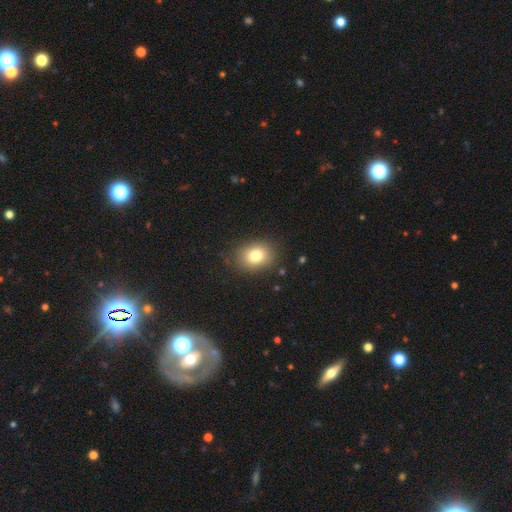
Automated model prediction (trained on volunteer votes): A smooth galaxy with no disk features (80%) that is in between round and cigar-shaped (53%). Merging: none (84%).